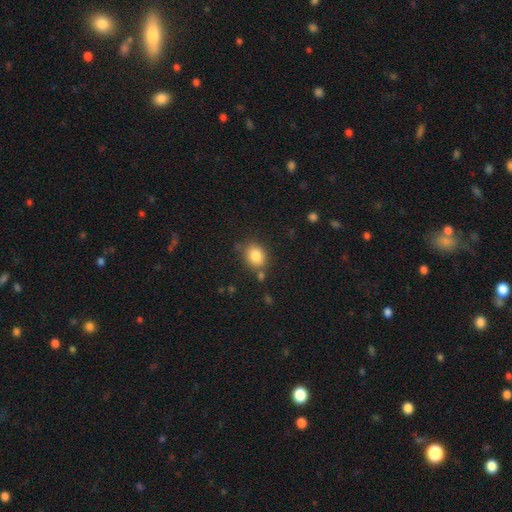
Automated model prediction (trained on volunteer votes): Smooth or featured? smooth (83%)
How rounded? round (50%)
Merging? none (75%)